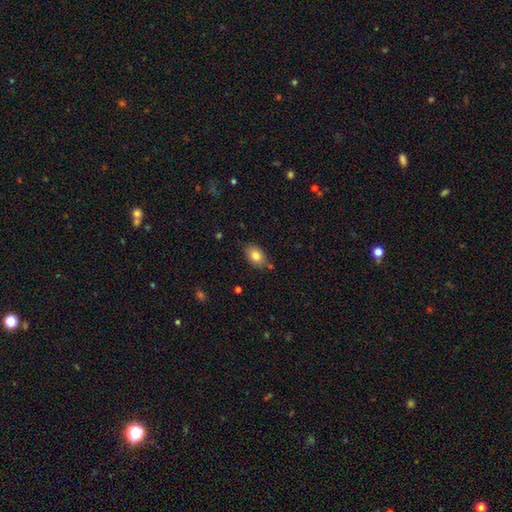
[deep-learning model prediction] Morphology: type=smooth (83%); roundness=in between (85%); merging=none (78%).